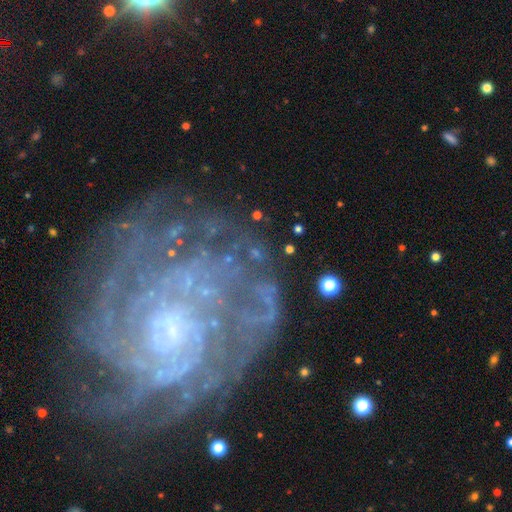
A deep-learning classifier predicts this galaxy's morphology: Overall: featured or disk (77%). Edge-on disk: no (96%). Bar: no (58%; weak 28%). Spiral arms: yes (85%). Spiral arm count: can't tell (39%; 2 15%). Spiral winding: tight (67%). Bulge size: small (56%; none 21%). Merging: none (63%).